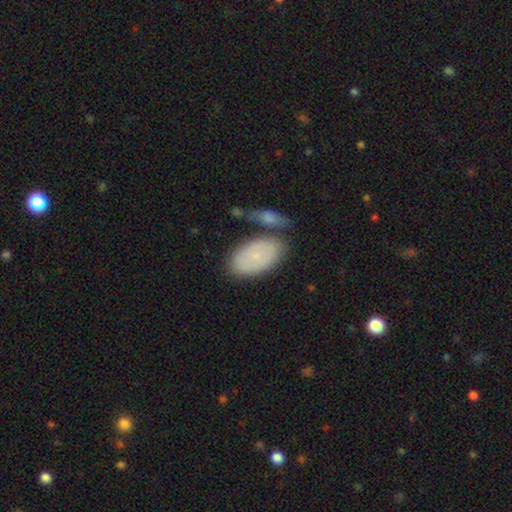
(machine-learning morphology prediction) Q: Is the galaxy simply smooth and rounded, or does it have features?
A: smooth — 75%.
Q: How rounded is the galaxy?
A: in between — 94%.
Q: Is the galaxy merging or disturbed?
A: none — 62%.